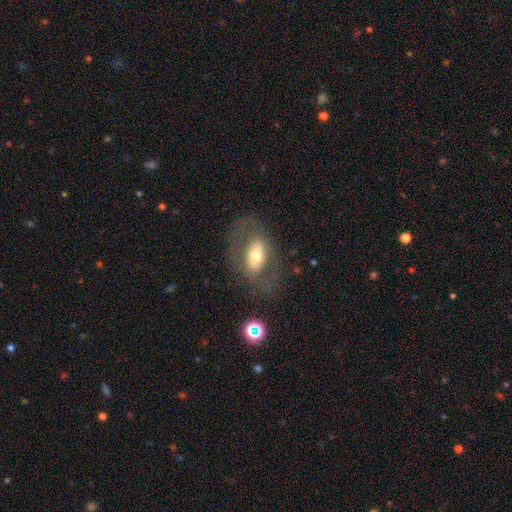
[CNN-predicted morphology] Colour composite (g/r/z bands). It shows a featured or disk galaxy (48%). Merging: none (70%).